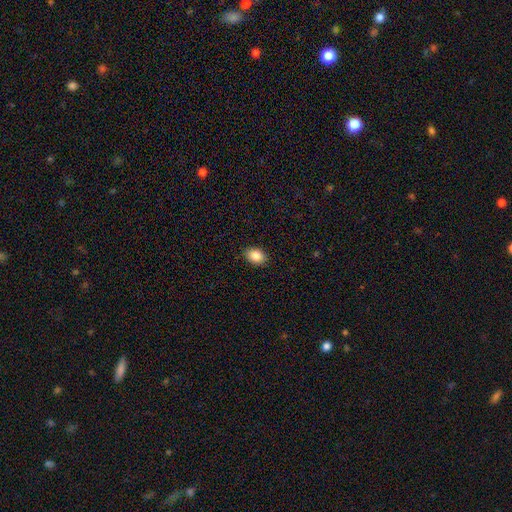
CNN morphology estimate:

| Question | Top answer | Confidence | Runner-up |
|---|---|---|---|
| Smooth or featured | smooth | 88% | star or artifact (8%) |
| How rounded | in between | 72% | round (27%) |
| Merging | none | 87% | minor disturbance (10%) |